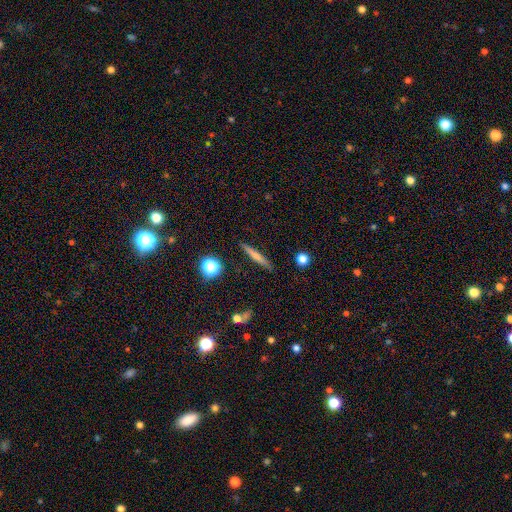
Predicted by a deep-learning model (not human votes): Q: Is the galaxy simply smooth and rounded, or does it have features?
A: smooth — 60%.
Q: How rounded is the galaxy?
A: cigar-shaped — 92%.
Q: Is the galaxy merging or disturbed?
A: none — 89%.